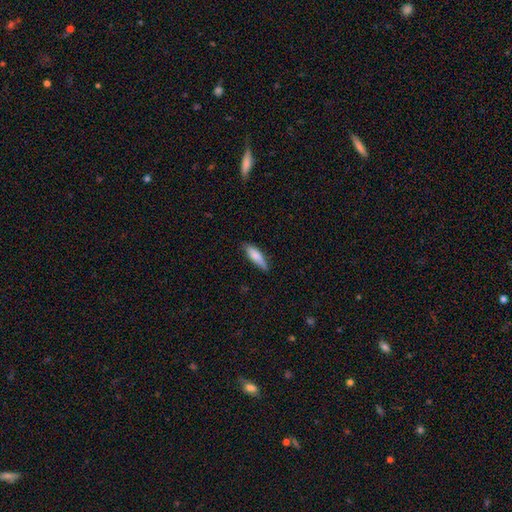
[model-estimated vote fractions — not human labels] This appears to be a smooth galaxy with no disk features (79%) that is cigar-shaped (57%). Merging: none (73%).